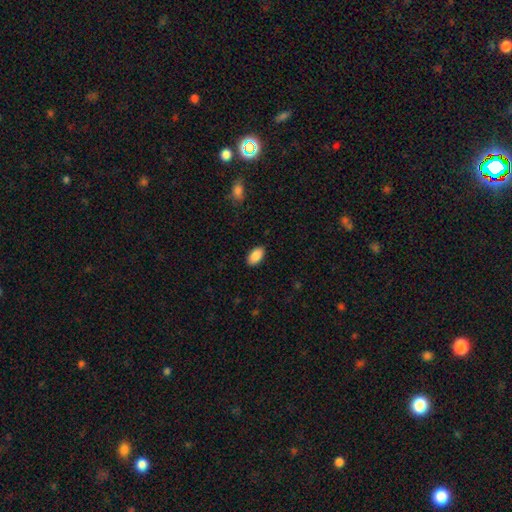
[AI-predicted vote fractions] This is clearly a smooth galaxy (89%). How rounded: clearly in between (94%). Merging: clearly none (88%).